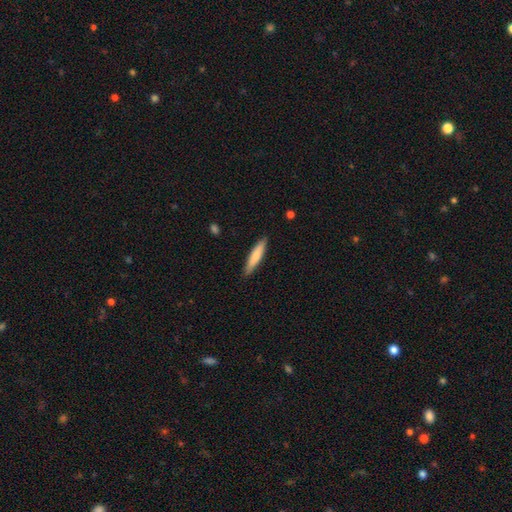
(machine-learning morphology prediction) Overall: smooth (75%). How rounded: cigar-shaped (87%). Merging: none (89%).